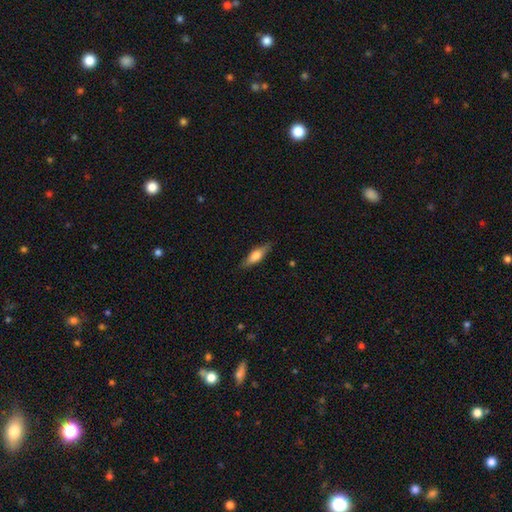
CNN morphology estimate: smooth-or-featured: smooth: 57% | featured or disk: 37% | star or artifact: 6%
  how-rounded: cigar-shaped: 51% | in between: 46% | round: 3%
  merging: none: 83% | minor disturbance: 13% | major disturbance: 3% | merger: 1%